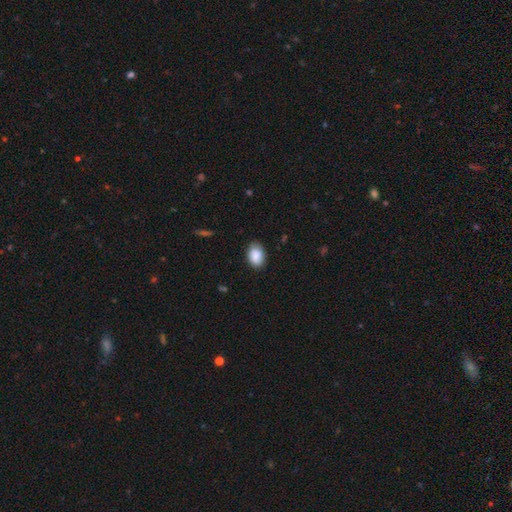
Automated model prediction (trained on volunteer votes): smooth_or_featured: smooth (p=0.87) [alt: star or artifact p=0.07]
how_rounded: in between (p=0.86) [alt: round p=0.13]
merging: none (p=0.80) [alt: minor disturbance p=0.16]